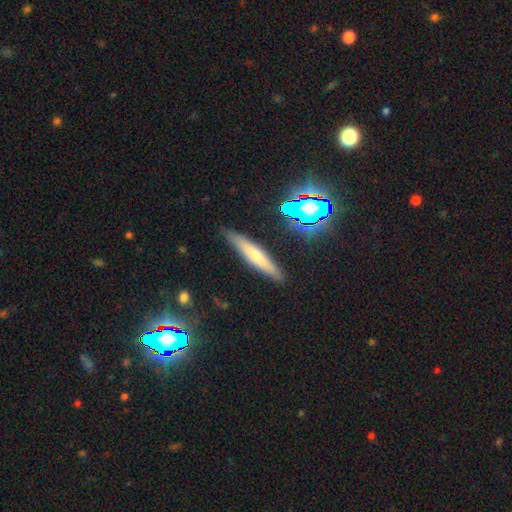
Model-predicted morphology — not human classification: The model was most divided on "smooth or featured": smooth: 55%, featured or disk: 37%, star or artifact: 9%. More confident: how rounded — cigar-shaped (89%); merging — none (86%).